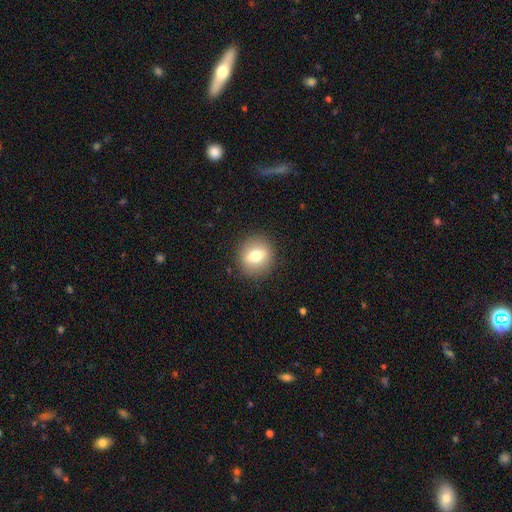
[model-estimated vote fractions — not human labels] smooth-or-featured: smooth: 66% | featured or disk: 25% | star or artifact: 9%
  how-rounded: round: 78% | in between: 20% | cigar-shaped: 2%
  merging: none: 88% | minor disturbance: 8% | major disturbance: 3% | merger: 1%